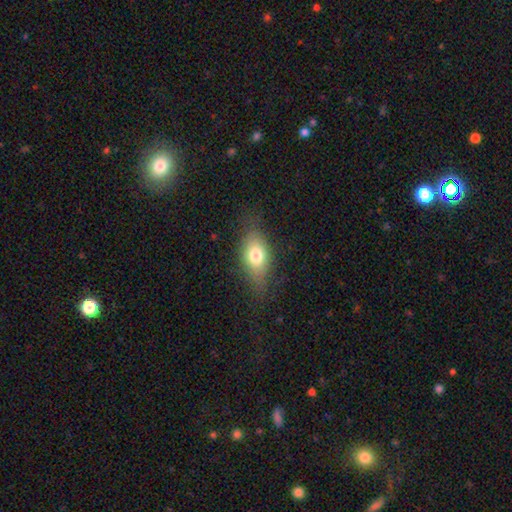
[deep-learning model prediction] This is likely a smooth galaxy (73%). How rounded: likely in between (80%). Merging: likely none (71%).